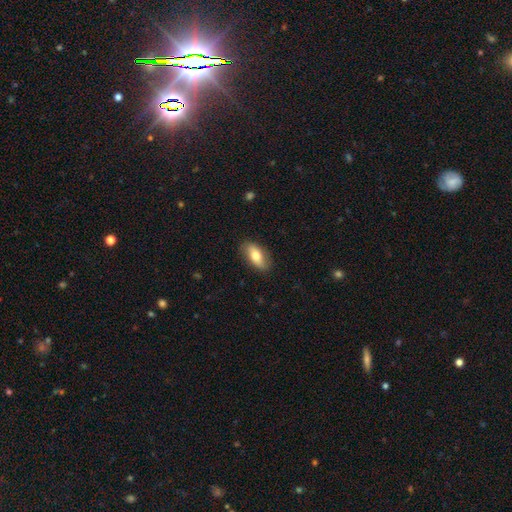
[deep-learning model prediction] Smooth or featured? smooth (69%)
How rounded? in between (88%)
Merging? none (84%)